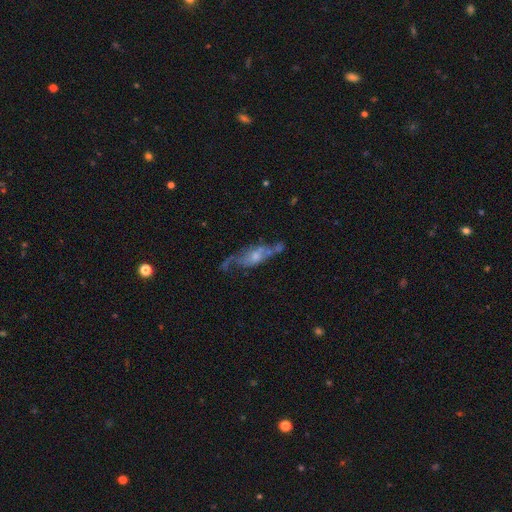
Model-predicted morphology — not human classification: This is likely a featured or disk galaxy (60%). It is likely not viewed edge-on (74%). Merging: marginally none (38%).